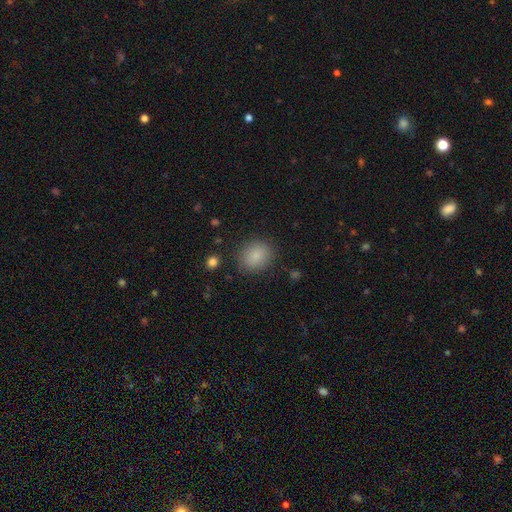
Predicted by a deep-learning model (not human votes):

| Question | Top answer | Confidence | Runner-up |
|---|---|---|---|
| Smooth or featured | smooth | 86% | star or artifact (9%) |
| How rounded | round | 62% | in between (37%) |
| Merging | none | 85% | minor disturbance (10%) |